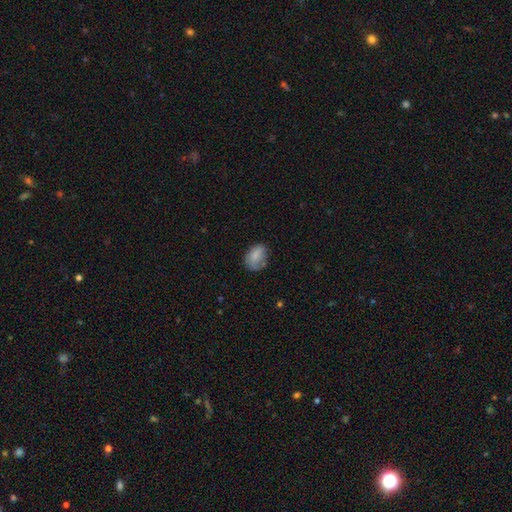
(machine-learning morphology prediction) Overall: smooth (79%). How rounded: in between (75%). Merging: none (61%; minor disturbance 28%).